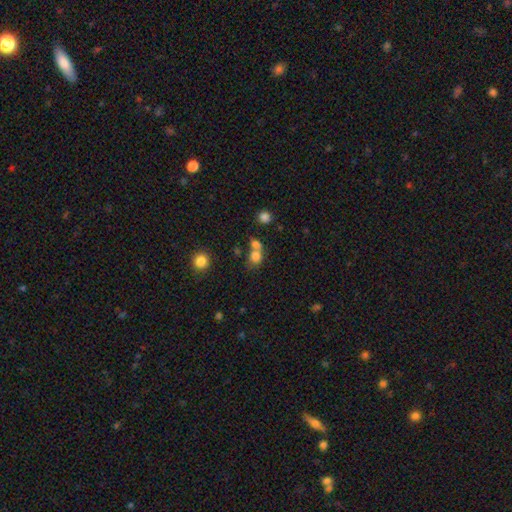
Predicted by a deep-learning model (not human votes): Q: Smooth or featured?
A: smooth (76%); runner-up: star or artifact (14%)
Q: How rounded?
A: round (64%); runner-up: in between (35%)
Q: Merging?
A: merger (50%); runner-up: none (36%)